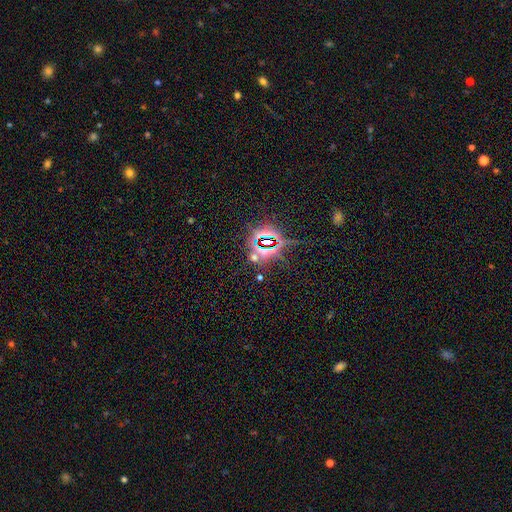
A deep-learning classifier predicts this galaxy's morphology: A star or artifact, not a galaxy (83%).